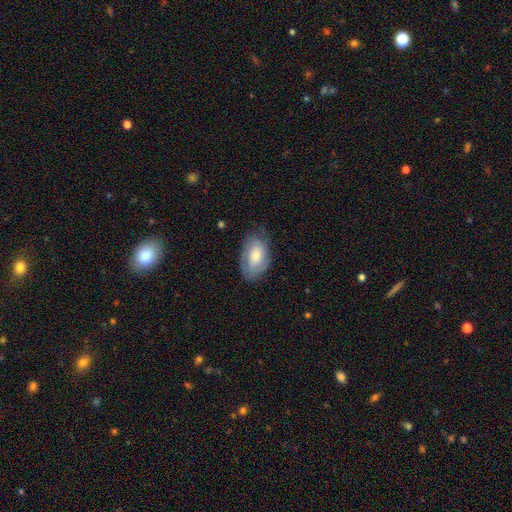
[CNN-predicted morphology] smooth_or_featured: smooth (p=0.57) [alt: featured or disk p=0.36]
how_rounded: in between (p=0.92) [alt: round p=0.06]
merging: none (p=0.69) [alt: minor disturbance p=0.23]